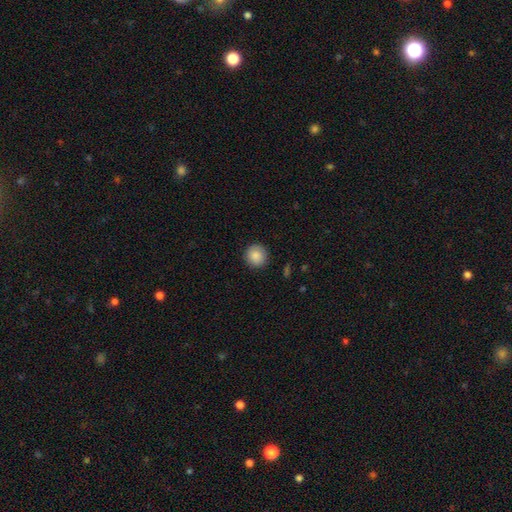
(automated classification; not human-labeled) The model was most divided on "smooth or featured": smooth: 87%, star or artifact: 8%, featured or disk: 5%. More confident: how rounded — round (92%); merging — none (89%).